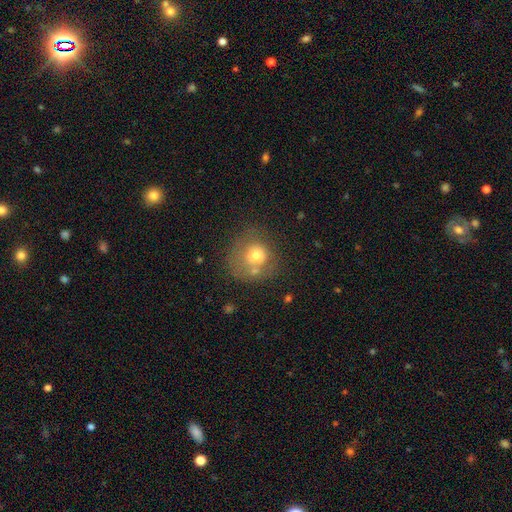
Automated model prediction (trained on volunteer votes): Morphology: type=smooth (68%); roundness=round (83%); merging=none (52%).